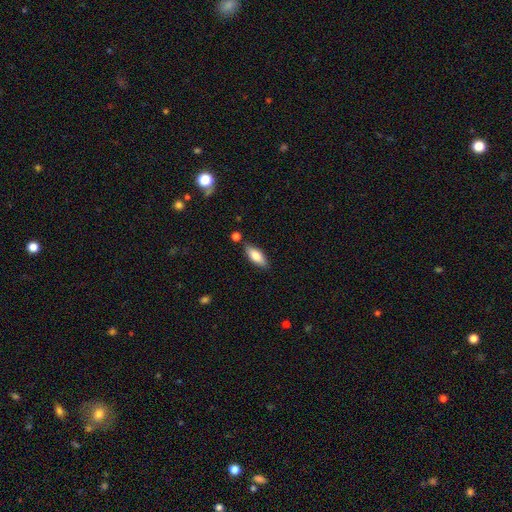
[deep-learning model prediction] A smooth galaxy with no disk features (79%) that is in between round and cigar-shaped (77%).

Vote fractions:
- Smooth or featured? smooth: 79% / featured or disk: 14% / star or artifact: 6%
- How rounded? in between: 77% / cigar-shaped: 21% / round: 2%
- Merging? none: 80% / minor disturbance: 13% / merger: 5% / major disturbance: 3%